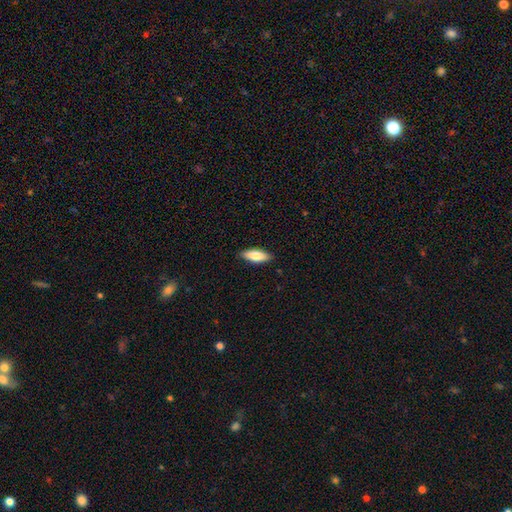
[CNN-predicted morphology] smooth-or-featured: smooth: 77% | featured or disk: 17% | star or artifact: 6%
  how-rounded: in between: 64% | cigar-shaped: 35% | round: 2%
  merging: none: 88% | minor disturbance: 9% | major disturbance: 2% | merger: 1%